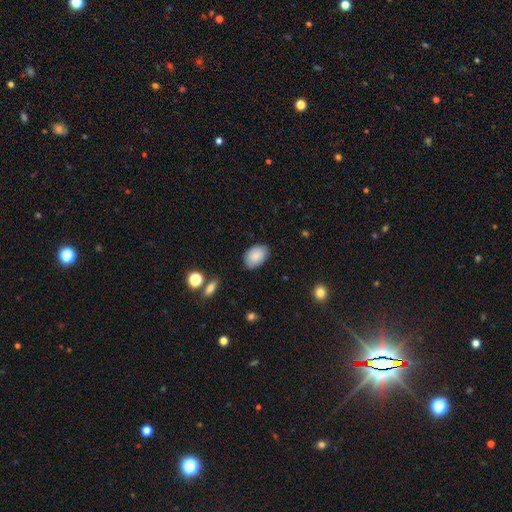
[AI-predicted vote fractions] Smooth or featured? smooth (86%)
How rounded? in between (87%)
Merging? none (82%)